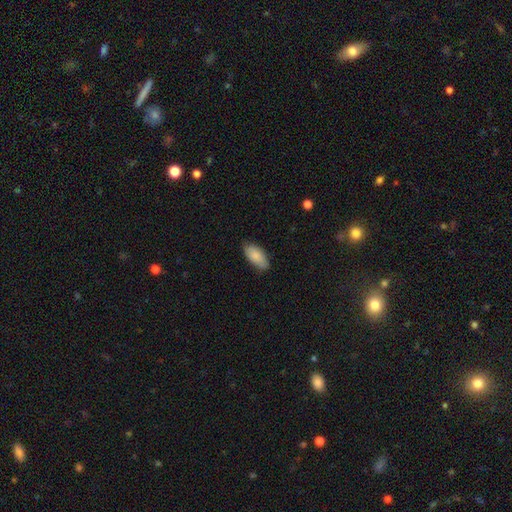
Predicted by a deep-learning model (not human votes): smooth_or_featured: smooth (p=0.86) [alt: featured or disk p=0.08]
how_rounded: in between (p=0.91) [alt: cigar-shaped p=0.07]
merging: none (p=0.78) [alt: minor disturbance p=0.19]